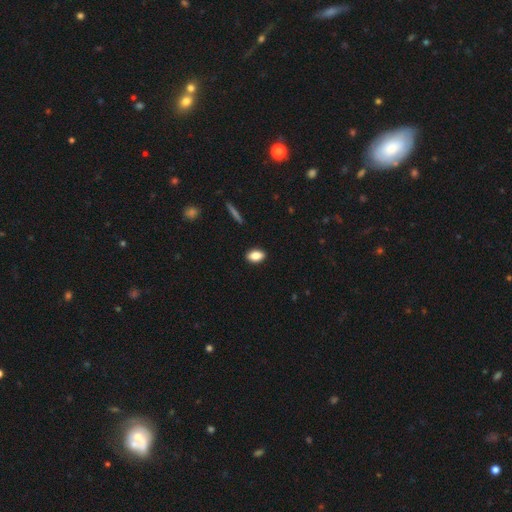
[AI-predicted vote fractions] This appears to be a smooth galaxy with no disk features (85%) that is in between round and cigar-shaped (88%). Merging: none (90%).